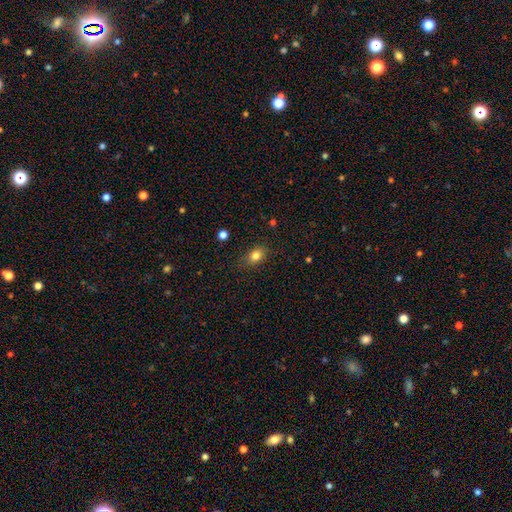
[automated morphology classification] Smooth or featured: smooth — 82% (star or artifact — 11%)
How rounded: in between — 67% (round — 31%)
Merging: none — 82% (minor disturbance — 13%)